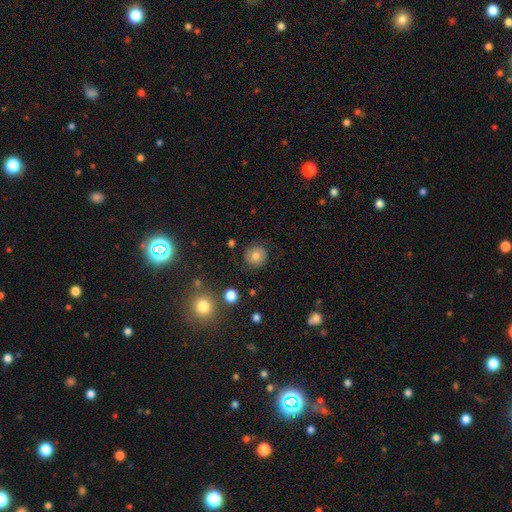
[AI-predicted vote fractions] Smooth or featured: smooth — 78% (featured or disk — 12%)
How rounded: round — 91% (in between — 8%)
Merging: none — 85% (minor disturbance — 10%)